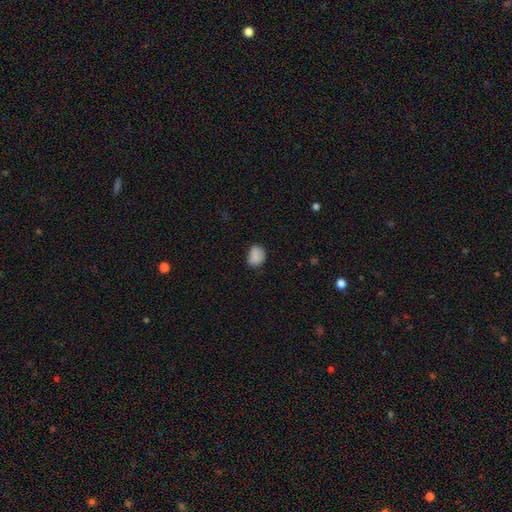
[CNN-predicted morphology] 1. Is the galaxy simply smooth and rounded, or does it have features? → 85% smooth, 9% star or artifact, 6% featured or disk.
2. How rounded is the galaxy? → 61% in between, 38% round, 1% cigar-shaped.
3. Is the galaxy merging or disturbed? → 71% none, 22% minor disturbance, 5% major disturbance, 2% merger.